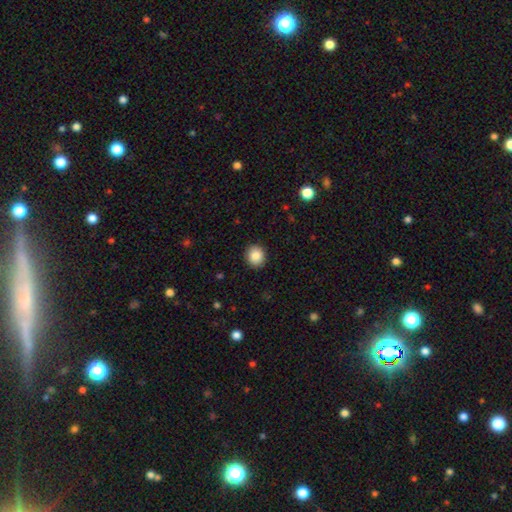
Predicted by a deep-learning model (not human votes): smooth 86%, star or artifact 9%, featured or disk 6%. Down the decision tree: how rounded — round (86%); merging — none (92%).